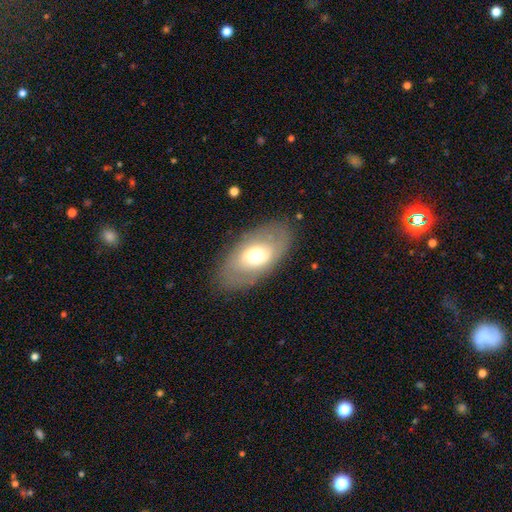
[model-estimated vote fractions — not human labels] Smooth or featured: smooth — 49% (featured or disk — 44%)
Merging: none — 81% (minor disturbance — 12%)